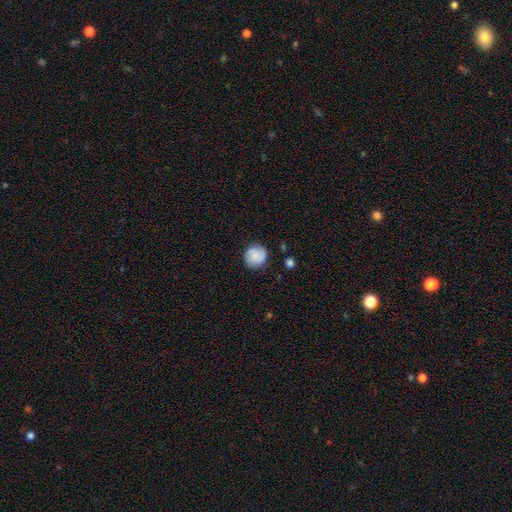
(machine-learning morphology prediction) This is likely a smooth galaxy (67%). How rounded: clearly round (90%). Merging: clearly none (80%).